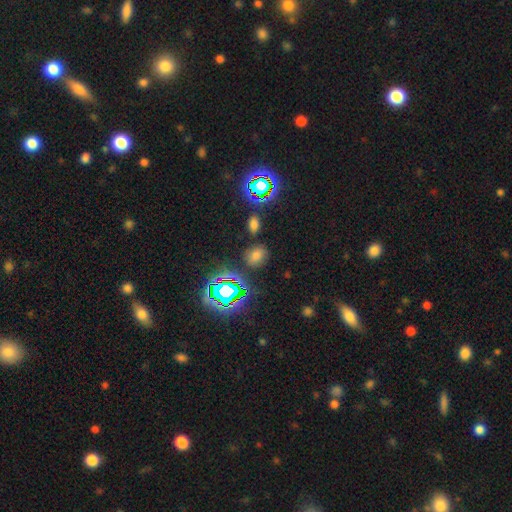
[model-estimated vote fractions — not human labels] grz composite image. It shows a smooth galaxy with no disk features (62%) that is round (51%). Merging: none (80%).